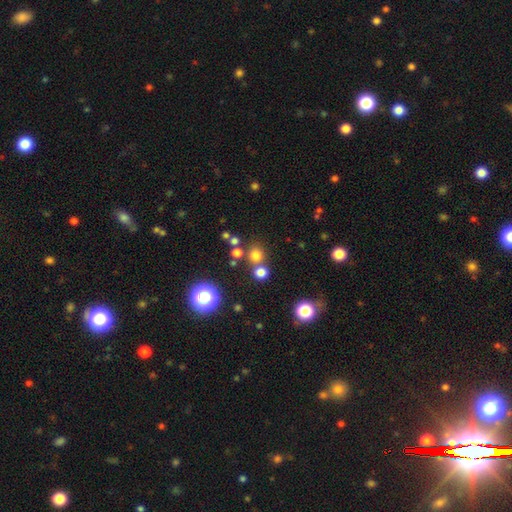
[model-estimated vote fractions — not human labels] Smooth or featured? Predicted: smooth (p=0.70). How rounded? Predicted: round (p=0.89). Merging? Predicted: none (p=0.69).